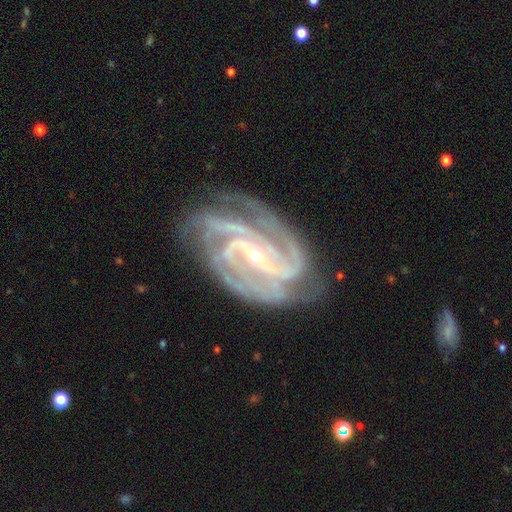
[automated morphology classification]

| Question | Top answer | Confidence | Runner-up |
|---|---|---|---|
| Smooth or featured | featured or disk | 93% | star or artifact (4%) |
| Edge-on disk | no | 97% | yes (3%) |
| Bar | strong | 46% | weak (34%) |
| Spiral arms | yes | 99% | no (1%) |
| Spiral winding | tight | 54% | medium (40%) |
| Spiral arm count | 3 | 36% | 2 (24%) |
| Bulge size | small | 75% | moderate (22%) |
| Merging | none | 69% | minor disturbance (20%) |